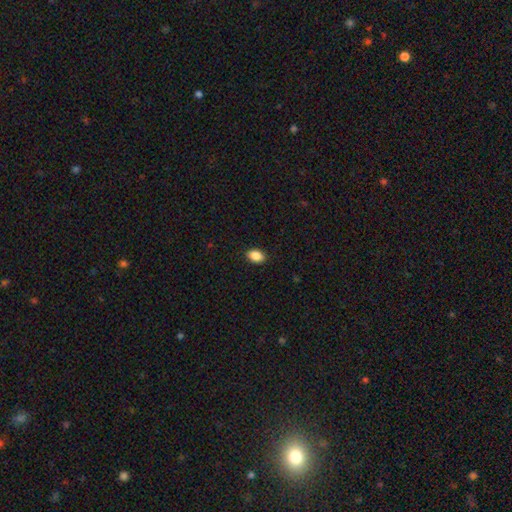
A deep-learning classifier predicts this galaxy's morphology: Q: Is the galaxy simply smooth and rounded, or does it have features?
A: smooth — 88%.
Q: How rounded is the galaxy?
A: in between — 84%.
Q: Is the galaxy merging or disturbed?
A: none — 89%.